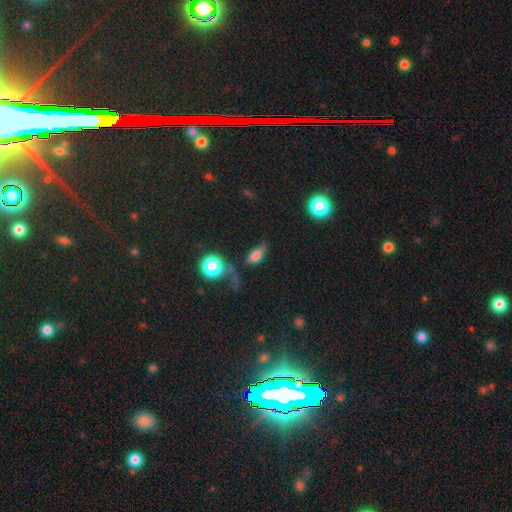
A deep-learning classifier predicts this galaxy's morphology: smooth 65%, featured or disk 21%, star or artifact 14%. Down the decision tree: how rounded — in between (74%); merging — none (41%).